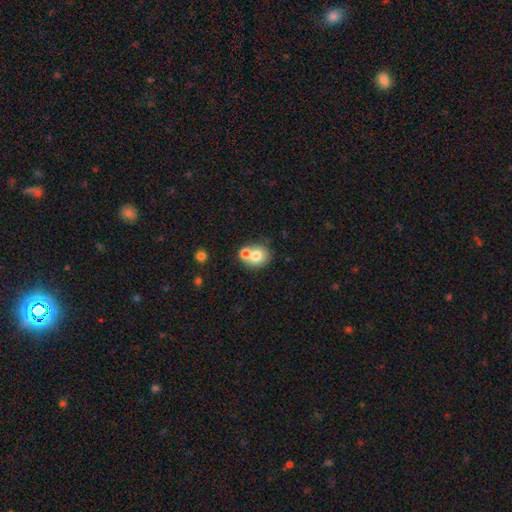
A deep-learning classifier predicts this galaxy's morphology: Q: Smooth or featured?
A: smooth (74%); runner-up: featured or disk (17%)
Q: How rounded?
A: round (70%); runner-up: in between (29%)
Q: Merging?
A: merger (47%); runner-up: none (41%)